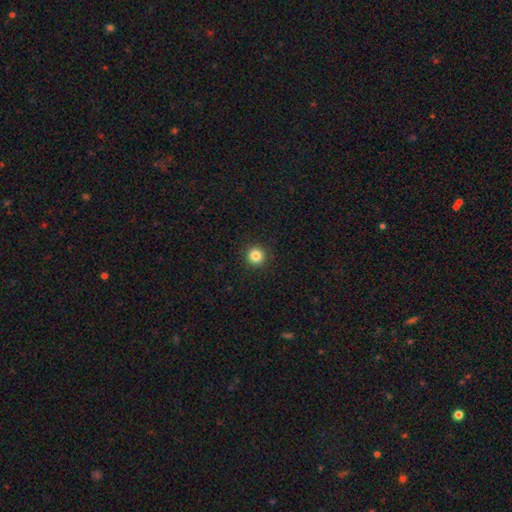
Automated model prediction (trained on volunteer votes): A smooth galaxy with no disk features (84%) that is round (95%). Merging: none (93%).